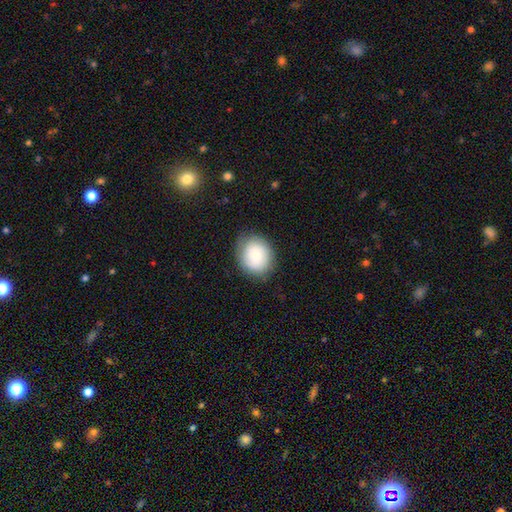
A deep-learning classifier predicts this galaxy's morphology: smooth-or-featured: smooth: 70% | featured or disk: 22% | star or artifact: 7%
  how-rounded: round: 68% | in between: 32% | cigar-shaped: 1%
  merging: none: 78% | minor disturbance: 16% | major disturbance: 4% | merger: 1%